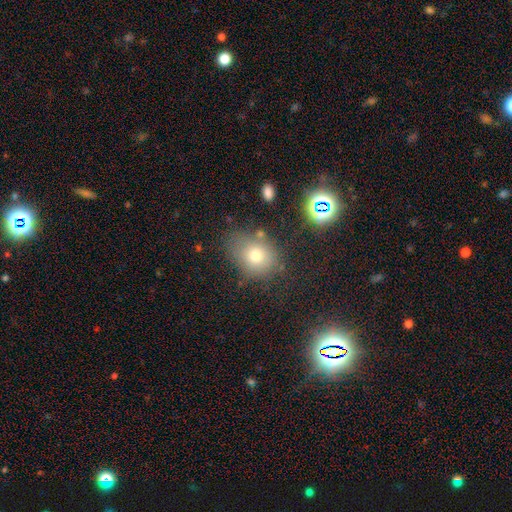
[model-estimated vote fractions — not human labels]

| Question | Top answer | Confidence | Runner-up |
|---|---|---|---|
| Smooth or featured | smooth | 71% | star or artifact (15%) |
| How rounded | round | 53% | in between (46%) |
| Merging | none | 68% | minor disturbance (19%) |